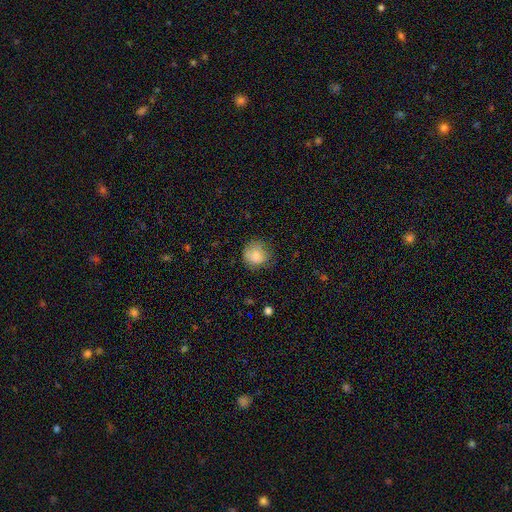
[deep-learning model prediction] Smooth or featured?
  - smooth: 82% *
  - featured or disk: 10%
  - star or artifact: 8%
How rounded?
  - round: 84% *
  - in between: 15%
  - cigar-shaped: 1%
Merging?
  - none: 66% *
  - minor disturbance: 24%
  - major disturbance: 9%
  - merger: 1%